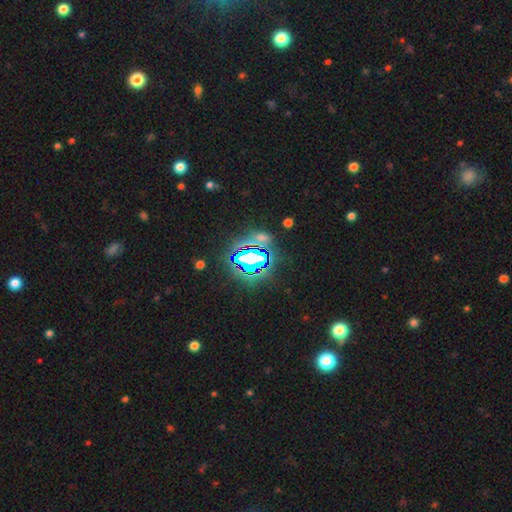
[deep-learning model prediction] Q: Smooth or featured?
A: star or artifact (73%); runner-up: smooth (16%)